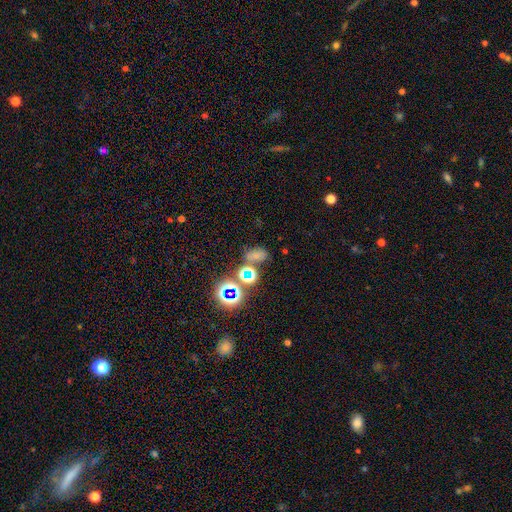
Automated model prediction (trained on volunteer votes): A smooth galaxy with no disk features (50%) that is in between round and cigar-shaped (77%).

Vote fractions:
- Smooth or featured? smooth: 50% / star or artifact: 39% / featured or disk: 11%
- How rounded? in between: 77% / round: 20% / cigar-shaped: 3%
- Merging? none: 57% / merger: 18% / minor disturbance: 17% / major disturbance: 9%